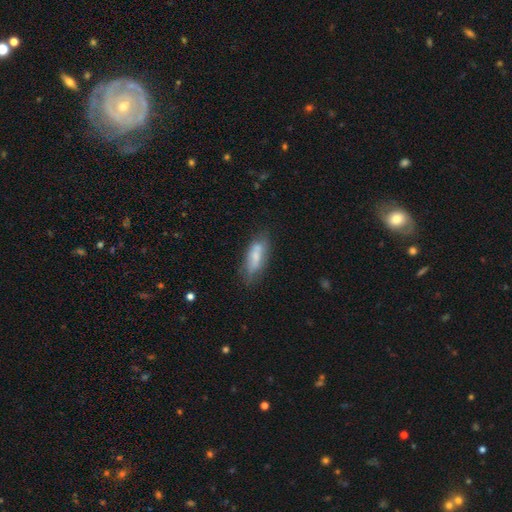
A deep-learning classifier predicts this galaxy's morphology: Q: Smooth or featured?
A: smooth (62%); runner-up: featured or disk (31%)
Q: How rounded?
A: in between (64%); runner-up: cigar-shaped (33%)
Q: Merging?
A: none (59%); runner-up: minor disturbance (23%)